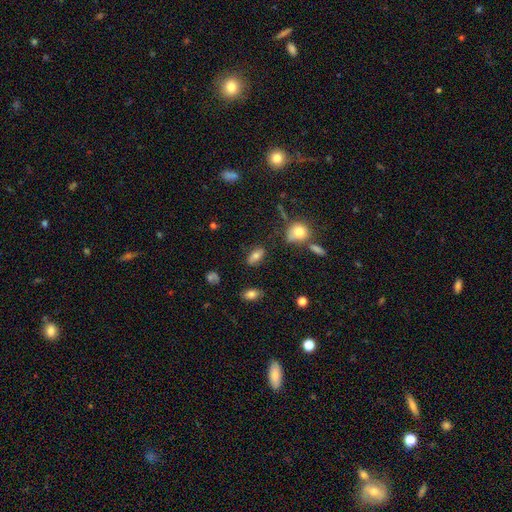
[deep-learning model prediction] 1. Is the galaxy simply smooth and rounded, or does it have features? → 69% smooth, 20% featured or disk, 11% star or artifact.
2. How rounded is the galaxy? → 87% in between, 7% round, 6% cigar-shaped.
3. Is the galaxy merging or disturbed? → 73% none, 18% minor disturbance, 5% major disturbance, 4% merger.